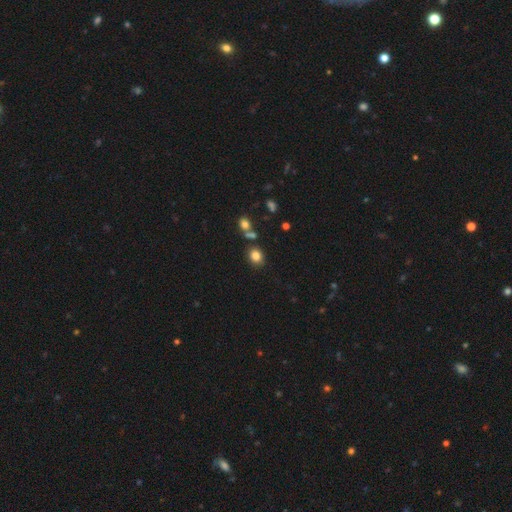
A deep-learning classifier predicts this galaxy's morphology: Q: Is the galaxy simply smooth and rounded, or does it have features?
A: smooth — 81%.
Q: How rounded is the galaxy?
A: round — 56%.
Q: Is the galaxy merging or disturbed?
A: none — 76%.